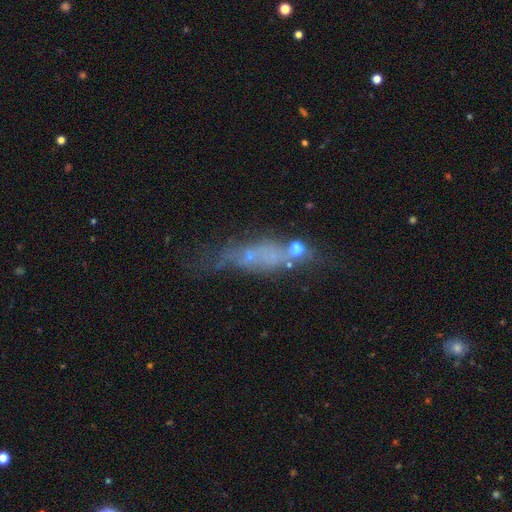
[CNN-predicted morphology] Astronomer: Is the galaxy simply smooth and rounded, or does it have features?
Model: featured or disk — 45% (runner-up: smooth, 36%).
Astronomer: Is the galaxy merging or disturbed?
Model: none — 37% (runner-up: merger, 22%).